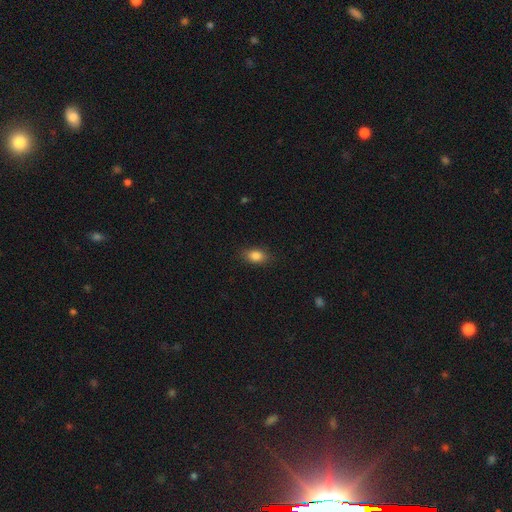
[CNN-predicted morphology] This is clearly a smooth galaxy (85%). How rounded: clearly in between (82%). Merging: clearly none (86%).